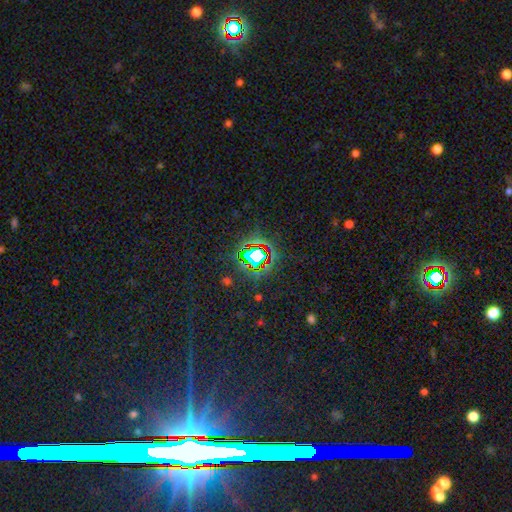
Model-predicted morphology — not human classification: Smooth or featured?
  - star or artifact: 71% *
  - smooth: 17%
  - featured or disk: 12%